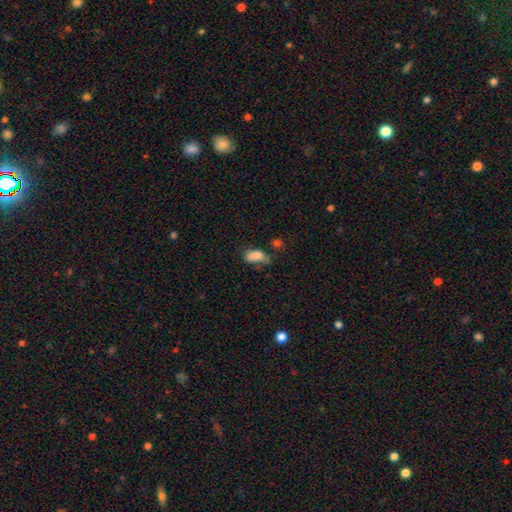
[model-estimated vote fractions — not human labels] smooth-or-featured: smooth: 80% | featured or disk: 10% | star or artifact: 10%
  how-rounded: in between: 87% | round: 7% | cigar-shaped: 6%
  merging: none: 34% | minor disturbance: 33% | major disturbance: 22% | merger: 11%